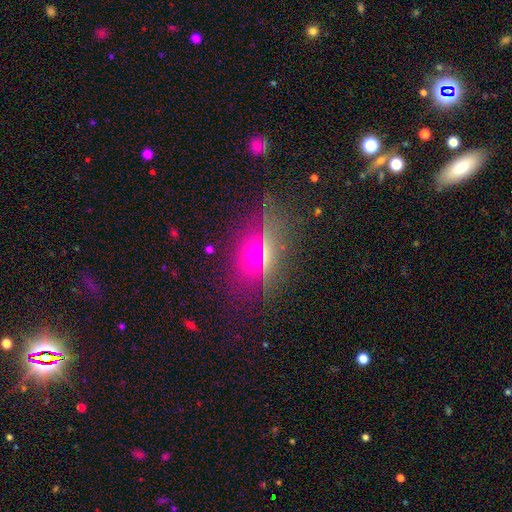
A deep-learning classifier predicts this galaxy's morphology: Overall: smooth (50%; star or artifact 31%). How rounded: round (49%; in between 46%). Merging: none (81%).